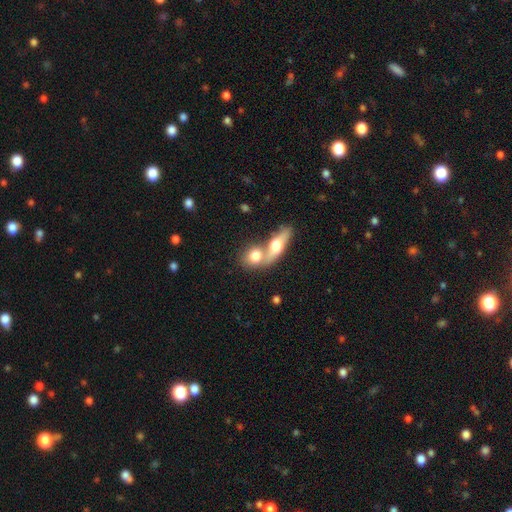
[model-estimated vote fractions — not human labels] smooth 70%, featured or disk 23%, star or artifact 7%. Down the decision tree: how rounded — in between (49%); merging — merger (60%).